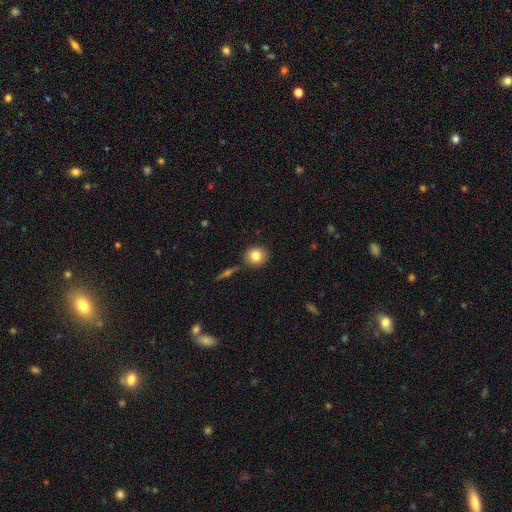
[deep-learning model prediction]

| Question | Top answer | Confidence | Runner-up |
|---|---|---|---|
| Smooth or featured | smooth | 81% | featured or disk (10%) |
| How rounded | round | 84% | in between (14%) |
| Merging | none | 83% | minor disturbance (9%) |